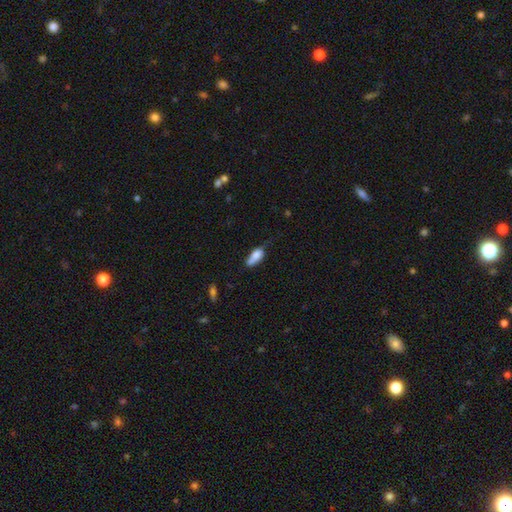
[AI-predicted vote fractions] smooth_or_featured: smooth (p=0.76) [alt: featured or disk p=0.17]
how_rounded: in between (p=0.78) [alt: cigar-shaped p=0.18]
merging: minor disturbance (p=0.37) [tied with: none p=0.37]